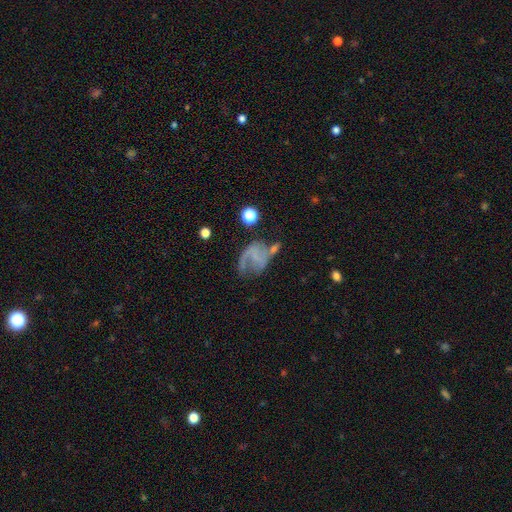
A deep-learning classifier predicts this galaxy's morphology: Overall: featured or disk (63%; smooth 25%). Edge-on disk: no (98%). Bar: no (59%; weak 28%). Spiral arms: yes (74%). Bulge size: none (73%). Merging: none (36%; major disturbance 29%).